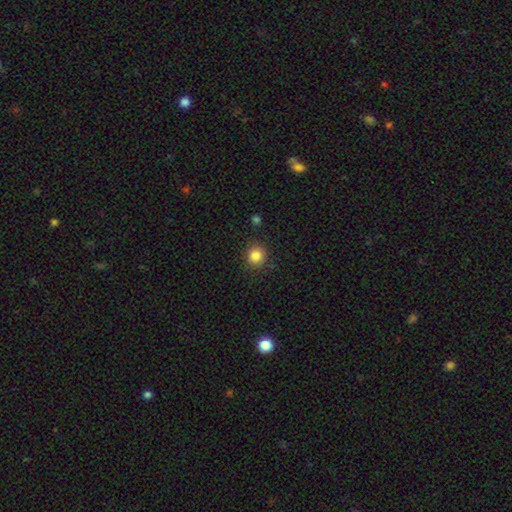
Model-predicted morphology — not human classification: Q: Smooth or featured?
A: smooth (85%); runner-up: star or artifact (11%)
Q: How rounded?
A: round (89%); runner-up: in between (10%)
Q: Merging?
A: none (87%); runner-up: minor disturbance (8%)